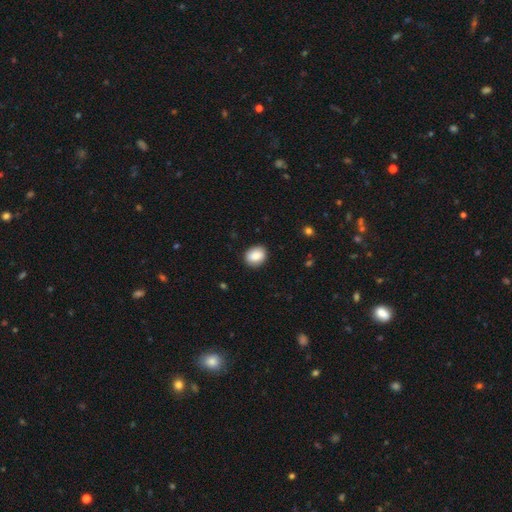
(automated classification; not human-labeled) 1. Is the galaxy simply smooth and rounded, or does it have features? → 86% smooth, 7% star or artifact, 7% featured or disk.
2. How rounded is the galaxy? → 54% in between, 45% round, 1% cigar-shaped.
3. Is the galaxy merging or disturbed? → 88% none, 9% minor disturbance, 2% major disturbance, 1% merger.